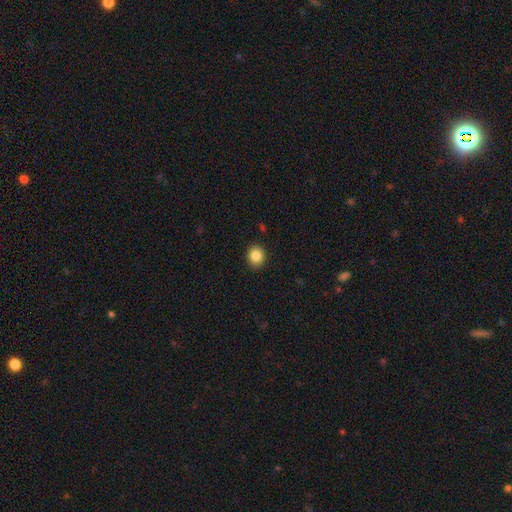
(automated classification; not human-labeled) Q: Smooth or featured?
A: smooth (85%); runner-up: star or artifact (9%)
Q: How rounded?
A: round (72%); runner-up: in between (27%)
Q: Merging?
A: none (90%); runner-up: minor disturbance (7%)